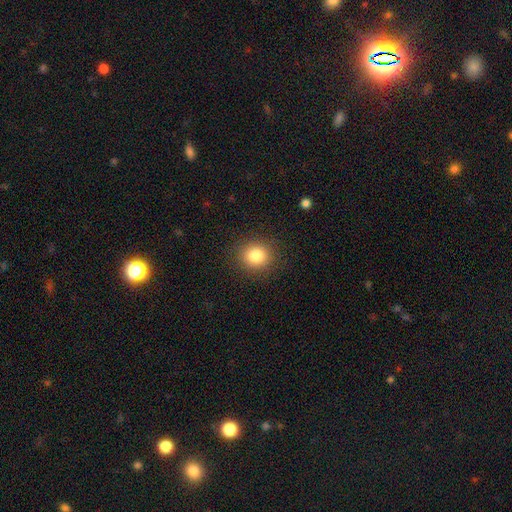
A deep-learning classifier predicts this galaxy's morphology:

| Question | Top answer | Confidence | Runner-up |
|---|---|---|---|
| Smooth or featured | smooth | 82% | star or artifact (11%) |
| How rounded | round | 83% | in between (16%) |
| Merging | none | 90% | minor disturbance (7%) |